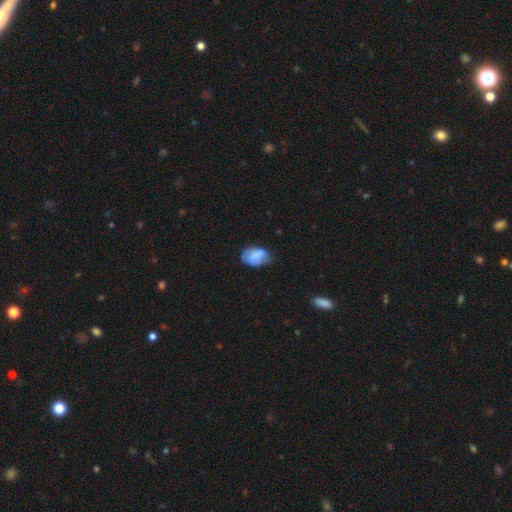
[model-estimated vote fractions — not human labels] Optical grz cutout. It shows a smooth galaxy with no disk features (68%) that is in between round and cigar-shaped (83%). Merging: none (48%).